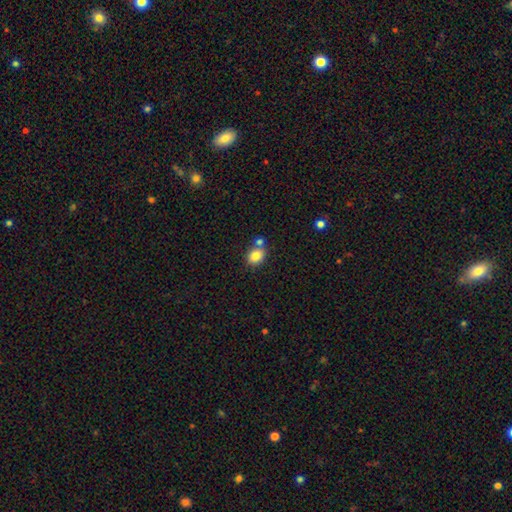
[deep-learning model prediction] Morphology: type=smooth (83%); roundness=in between (55%); merging=none (62%).